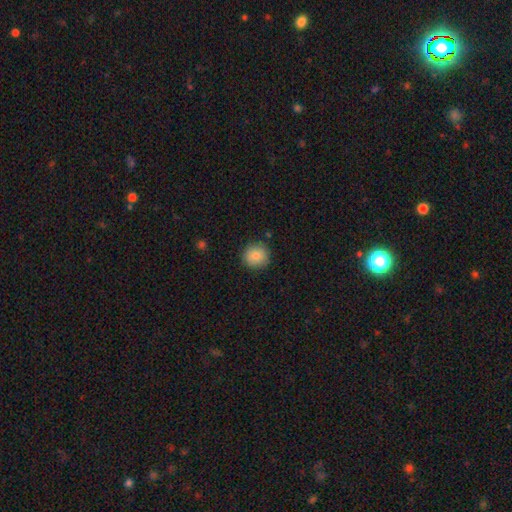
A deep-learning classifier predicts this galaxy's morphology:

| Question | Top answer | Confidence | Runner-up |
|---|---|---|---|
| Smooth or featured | smooth | 83% | star or artifact (9%) |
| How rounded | round | 93% | in between (6%) |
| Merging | none | 88% | minor disturbance (8%) |